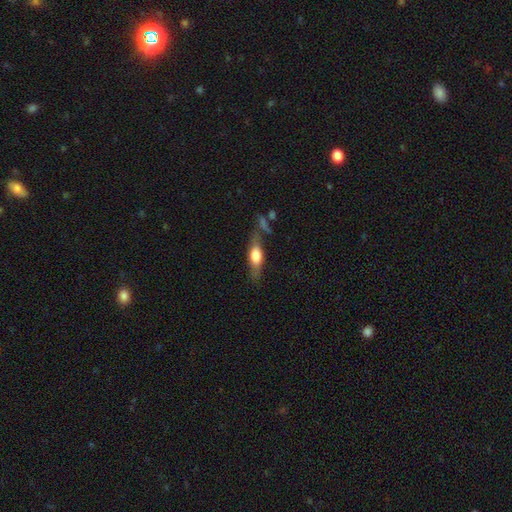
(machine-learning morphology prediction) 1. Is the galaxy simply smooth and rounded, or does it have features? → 52% smooth, 41% featured or disk, 7% star or artifact.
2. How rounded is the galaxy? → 52% in between, 44% cigar-shaped, 4% round.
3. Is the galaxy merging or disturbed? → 60% none, 20% minor disturbance, 10% major disturbance, 9% merger.